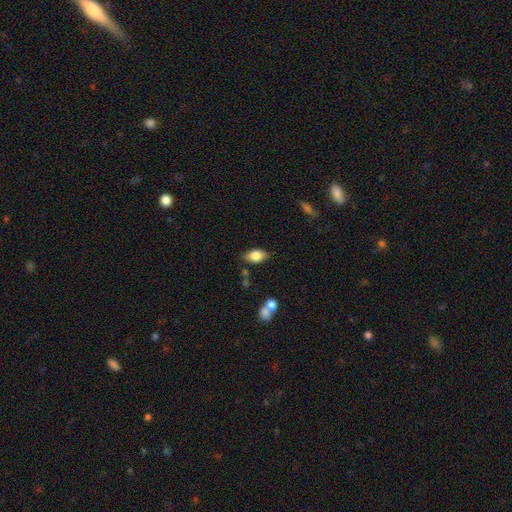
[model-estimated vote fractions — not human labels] Smooth or featured? smooth (76%)
How rounded? in between (87%)
Merging? none (78%)